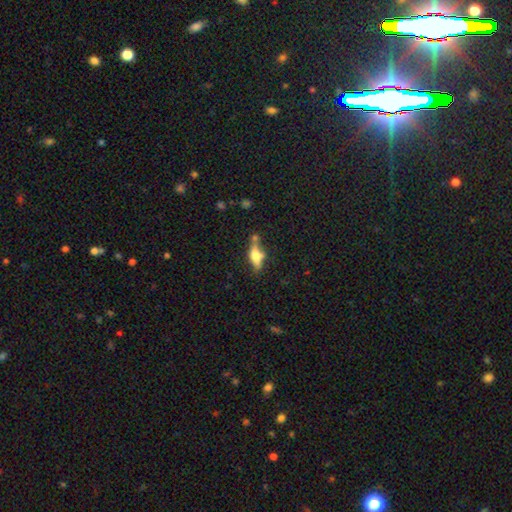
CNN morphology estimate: A smooth galaxy with no disk features (49%). Merging: none (56%).